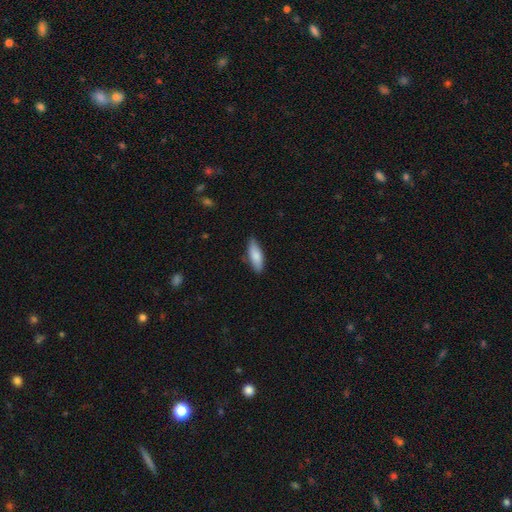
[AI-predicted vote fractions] This is clearly a smooth galaxy (83%). How rounded: possibly in between (57%). Merging: clearly none (82%).